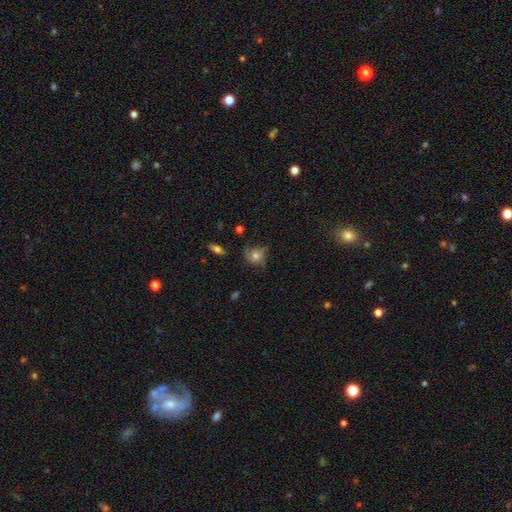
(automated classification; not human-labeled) A smooth galaxy with no disk features (58%) that is round (71%). Merging: none (58%).